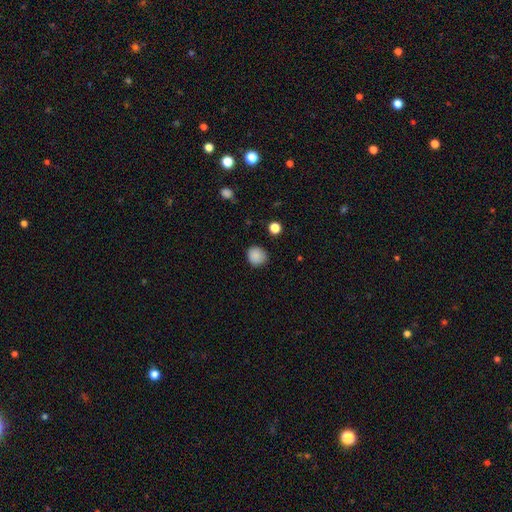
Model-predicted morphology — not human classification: Smooth or featured? Predicted: smooth (p=0.86). How rounded? Predicted: round (p=0.88). Merging? Predicted: none (p=0.87).